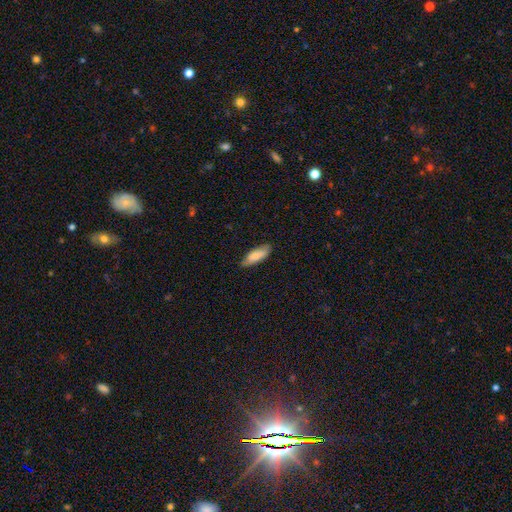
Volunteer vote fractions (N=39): smooth 74%, featured or disk 23%, star or artifact 3%. Down the decision tree: how rounded — in between (72%); merging — none (87%).